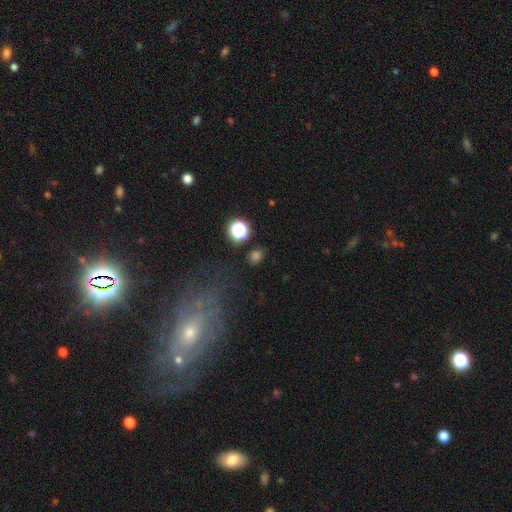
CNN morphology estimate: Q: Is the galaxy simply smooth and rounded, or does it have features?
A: smooth — 63%.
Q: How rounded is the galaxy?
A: round — 73%.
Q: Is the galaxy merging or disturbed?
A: none — 83%.